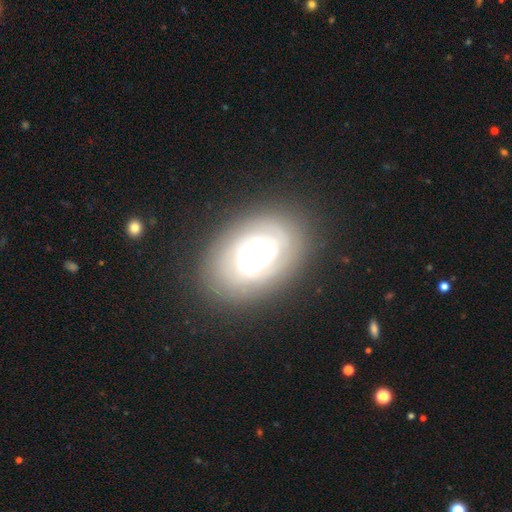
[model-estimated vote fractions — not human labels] Smooth or featured?
  - featured or disk: 68% *
  - smooth: 24%
  - star or artifact: 8%
Edge-on disk?
  - no: 96% *
  - yes: 4%
Bar?
  - no: 68% *
  - weak: 23%
  - strong: 9%
Spiral arms?
  - yes: 77% *
  - no: 23%
Spiral winding?
  - tight: 72% *
  - medium: 21%
  - loose: 8%
Spiral arm count?
  - can't tell: 47% *
  - 2: 24%
  - 3: 12%
  - 1: 7%
  - 4: 6%
  - more than 4: 5%
Bulge size?
  - moderate: 48% *
  - large: 26%
  - small: 20%
  - dominant: 5%
  - none: 2%
Merging?
  - none: 78% *
  - minor disturbance: 14%
  - major disturbance: 6%
  - merger: 1%